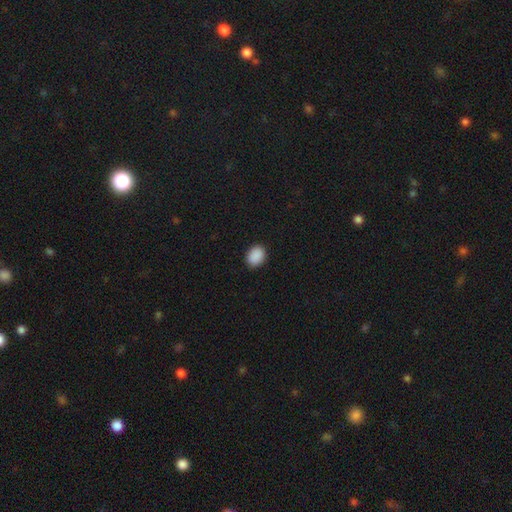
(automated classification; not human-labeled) Smooth or featured? Predicted: smooth (p=0.90). How rounded? Predicted: in between (p=0.60). Merging? Predicted: none (p=0.89).